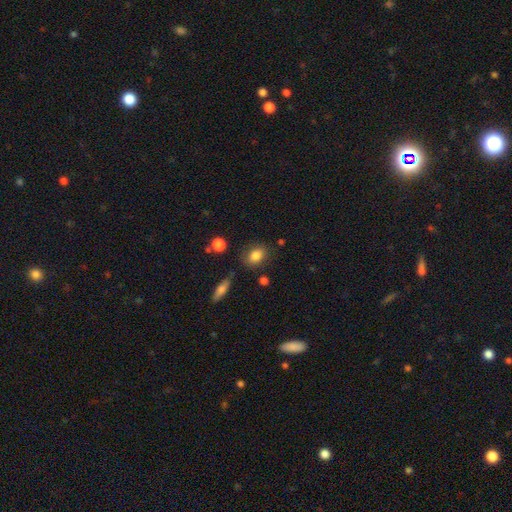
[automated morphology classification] Smooth or featured?
  - smooth: 83% *
  - star or artifact: 9%
  - featured or disk: 8%
How rounded?
  - in between: 66% *
  - round: 32%
  - cigar-shaped: 2%
Merging?
  - none: 79% *
  - minor disturbance: 13%
  - merger: 4%
  - major disturbance: 4%